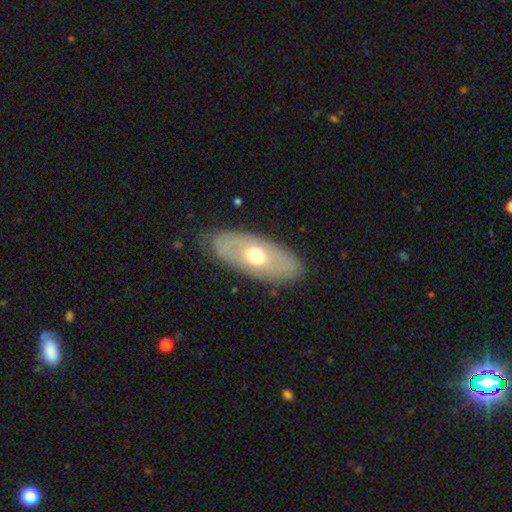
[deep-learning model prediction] Overall: featured or disk (47%, tied with smooth). Merging: none (82%).